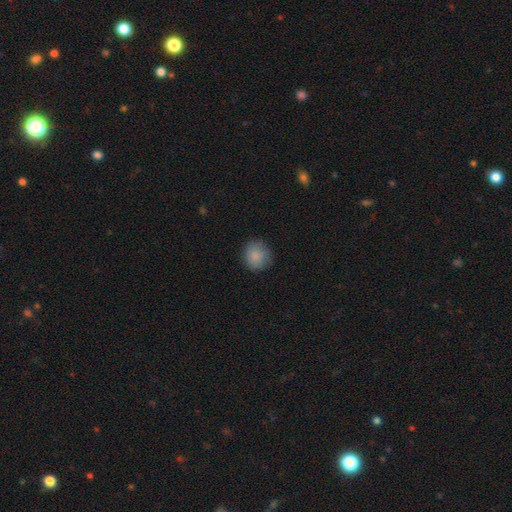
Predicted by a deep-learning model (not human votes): Smooth or featured? smooth (87%)
How rounded? round (88%)
Merging? none (85%)